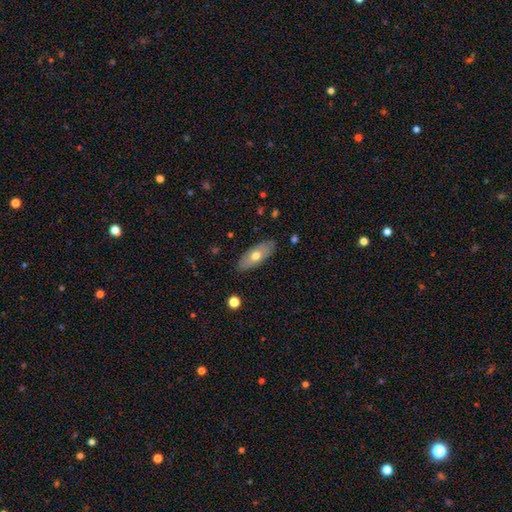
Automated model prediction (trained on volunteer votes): Morphology: type=smooth (59%); roundness=in between (79%); merging=none (85%).